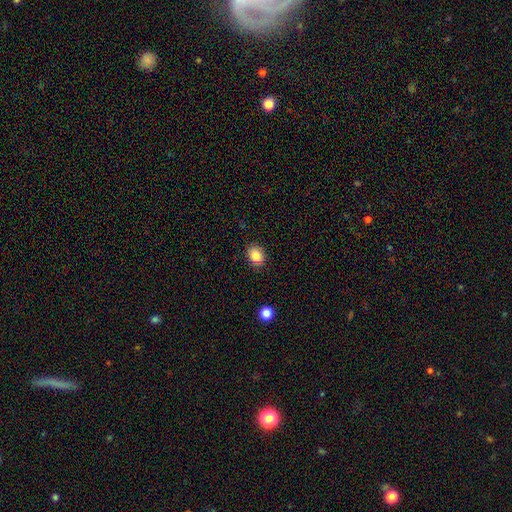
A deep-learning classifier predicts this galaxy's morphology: Q: Smooth or featured?
A: smooth (86%); runner-up: star or artifact (9%)
Q: How rounded?
A: in between (60%); runner-up: round (39%)
Q: Merging?
A: none (86%); runner-up: minor disturbance (10%)